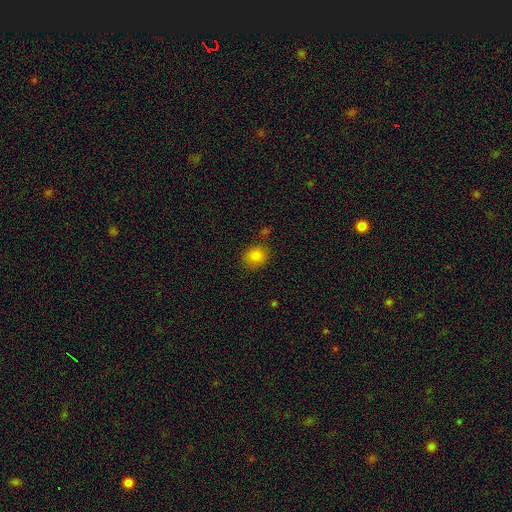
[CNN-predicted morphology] This appears to be a smooth galaxy with no disk features (84%) that is round (61%). Merging: none (74%).